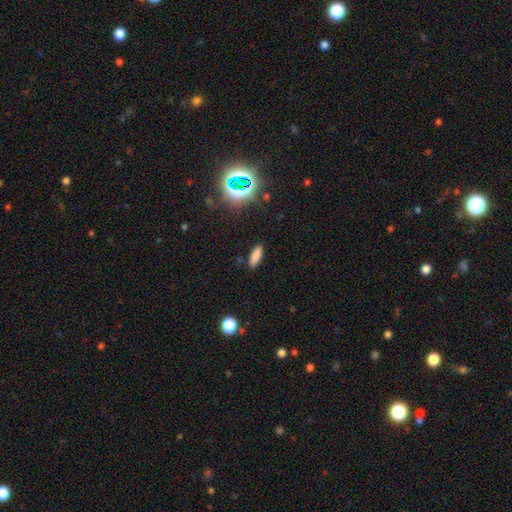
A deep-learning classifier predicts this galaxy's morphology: Smooth or featured? smooth (81%)
How rounded? in between (54%)
Merging? none (87%)